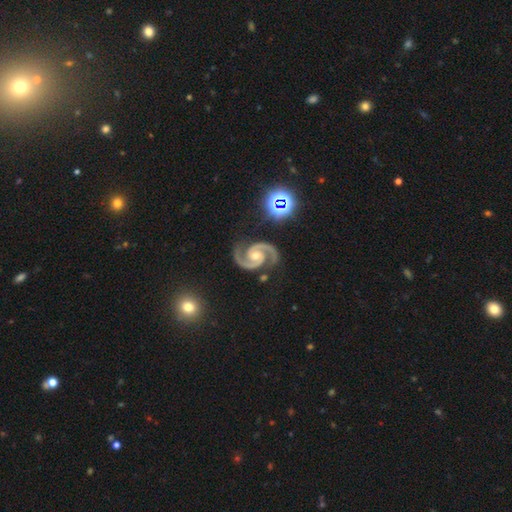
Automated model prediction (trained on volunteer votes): Smooth or featured? Predicted: featured or disk (p=0.93). Edge-on disk? Predicted: no (p=0.98). Bar? Predicted: no (p=0.60). Spiral arms? Predicted: yes (p=0.99). Spiral winding? Predicted: medium (p=0.58). Spiral arm count? Predicted: 2 (p=0.95). Bulge size? Predicted: moderate (p=0.61). Merging? Predicted: none (p=0.83).